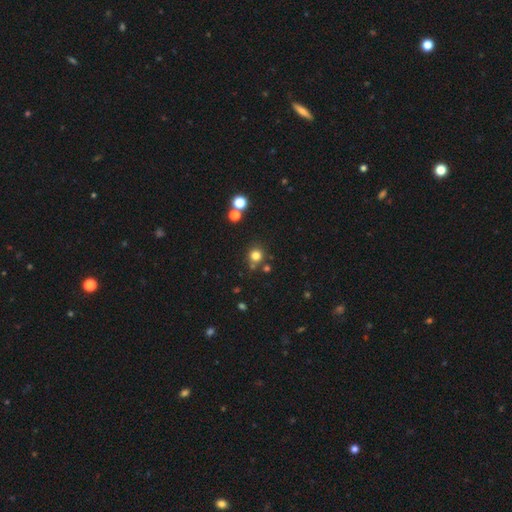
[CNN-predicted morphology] Smooth or featured?
  - smooth: 78% *
  - star or artifact: 16%
  - featured or disk: 6%
How rounded?
  - round: 90% *
  - in between: 9%
  - cigar-shaped: 1%
Merging?
  - none: 75% *
  - merger: 11%
  - minor disturbance: 10%
  - major disturbance: 4%